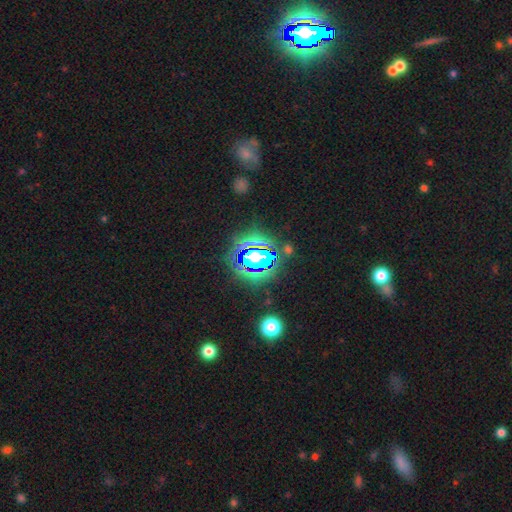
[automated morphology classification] The model was most divided on "smooth or featured": star or artifact: 80%, smooth: 13%, featured or disk: 7%.